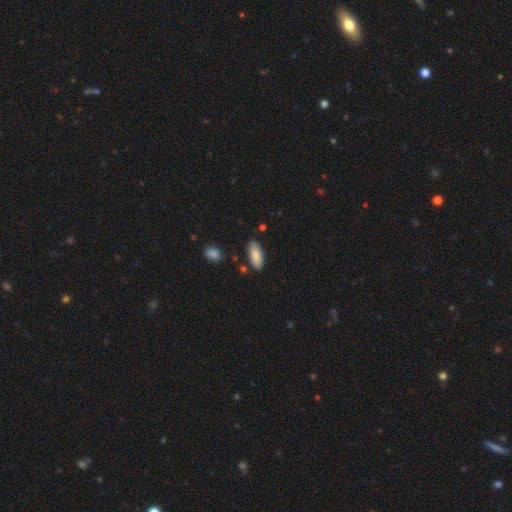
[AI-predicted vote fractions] Smooth or featured? Predicted: smooth (p=0.85). How rounded? Predicted: in between (p=0.84). Merging? Predicted: none (p=0.83).